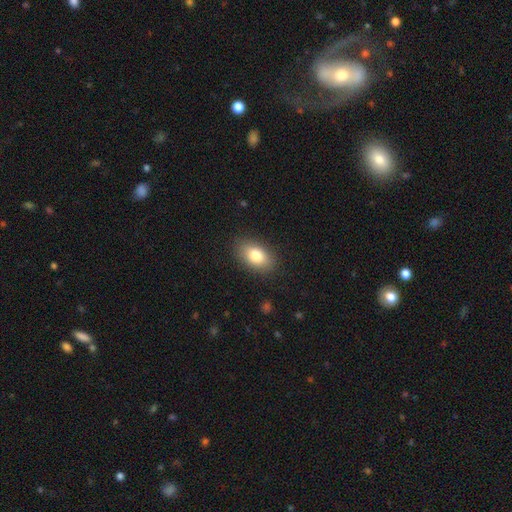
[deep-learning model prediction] Smooth or featured? Predicted: smooth (p=0.81). How rounded? Predicted: in between (p=0.89). Merging? Predicted: none (p=0.87).